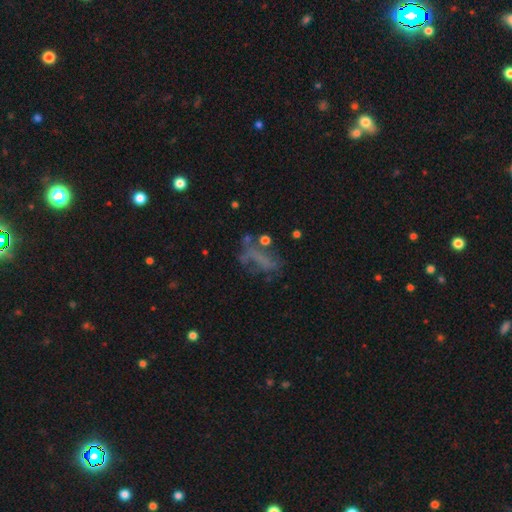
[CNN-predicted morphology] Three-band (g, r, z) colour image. It shows a featured or disk galaxy (40%). Merging: none (40%).